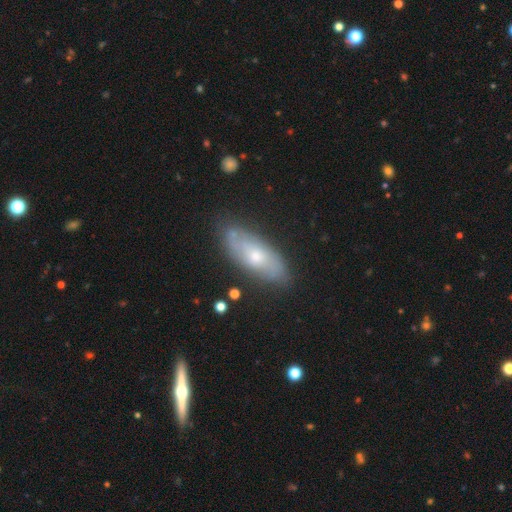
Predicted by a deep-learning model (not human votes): A featured or disk galaxy (51%).

Vote fractions:
- Smooth or featured? featured or disk: 51% / smooth: 42% / star or artifact: 7%
- Edge-on disk? no: 76% / yes: 24%
- Merging? none: 76% / minor disturbance: 17% / major disturbance: 4% / merger: 3%